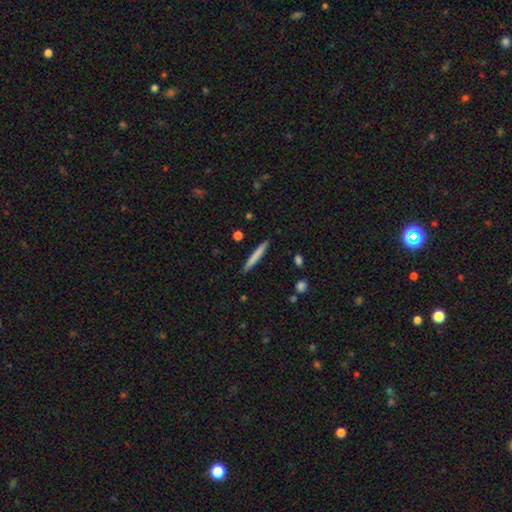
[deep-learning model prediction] This is likely a smooth galaxy (74%). How rounded: clearly cigar-shaped (96%). Merging: clearly none (90%).